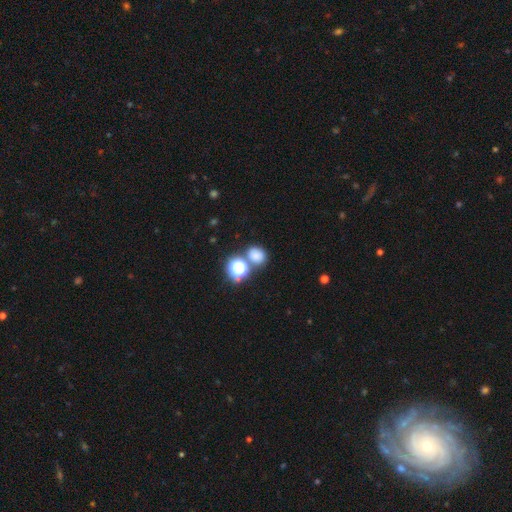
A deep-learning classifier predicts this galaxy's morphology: smooth_or_featured: smooth (p=0.73) [alt: star or artifact p=0.21]
how_rounded: round (p=0.70) [alt: in between p=0.29]
merging: none (p=0.66) [alt: merger p=0.19]